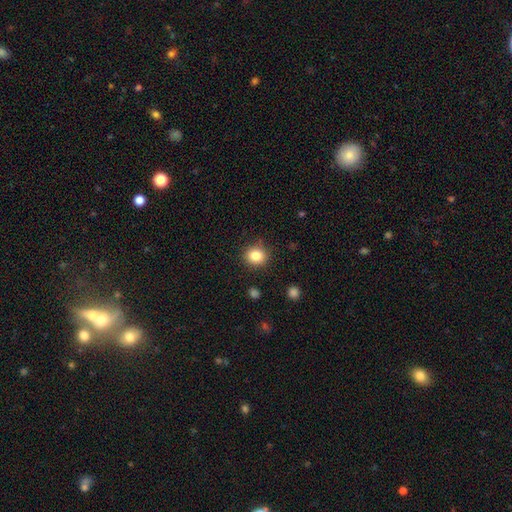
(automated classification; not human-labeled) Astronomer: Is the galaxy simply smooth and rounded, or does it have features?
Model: smooth — 83%.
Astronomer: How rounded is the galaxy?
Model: round — 79%.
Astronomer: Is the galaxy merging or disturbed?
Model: none — 87%.